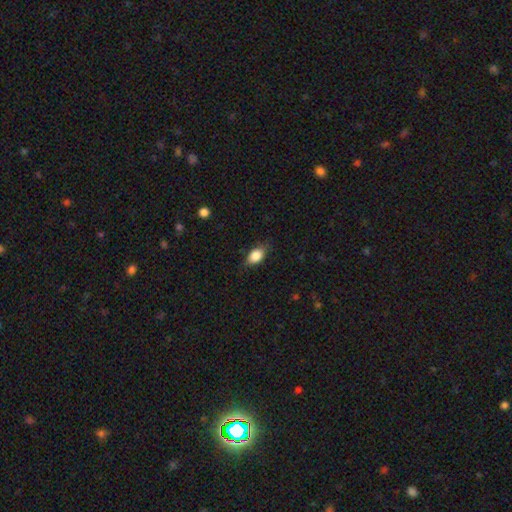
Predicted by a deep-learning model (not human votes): Overall: smooth (85%). How rounded: in between (84%). Merging: none (77%).